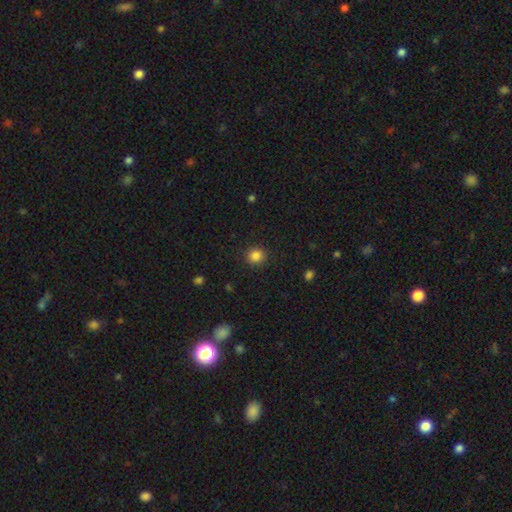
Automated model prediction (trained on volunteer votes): Morphology: type=smooth (86%); roundness=round (88%); merging=none (90%).